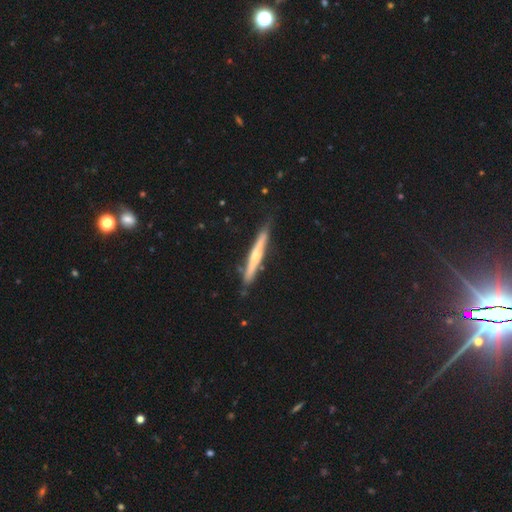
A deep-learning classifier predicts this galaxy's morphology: type=featured or disk (61%); edge-on=yes (96%); edge-on bulge=rounded (67%); merging=none (82%).